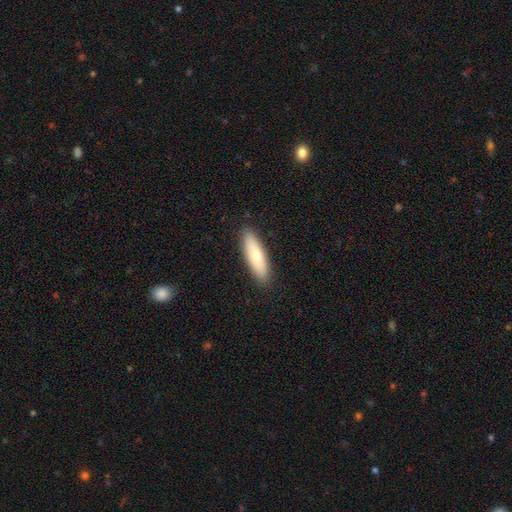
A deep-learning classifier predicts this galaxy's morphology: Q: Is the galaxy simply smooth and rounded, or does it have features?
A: smooth — 72%.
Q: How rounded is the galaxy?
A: cigar-shaped — 55%.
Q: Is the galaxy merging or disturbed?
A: none — 89%.